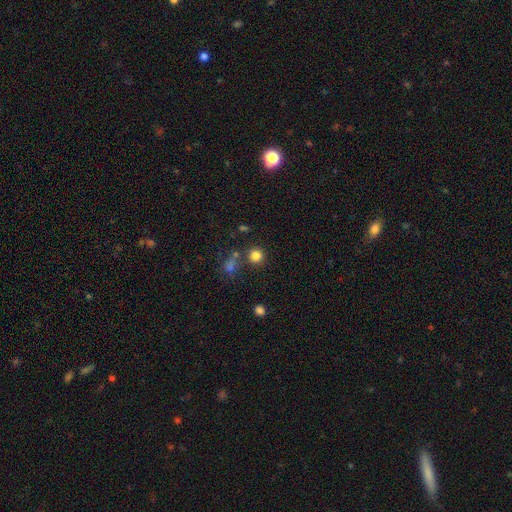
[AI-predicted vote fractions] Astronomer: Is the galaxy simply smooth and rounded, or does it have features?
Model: smooth — 81%.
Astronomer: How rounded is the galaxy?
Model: round — 93%.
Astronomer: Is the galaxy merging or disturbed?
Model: none — 79%.